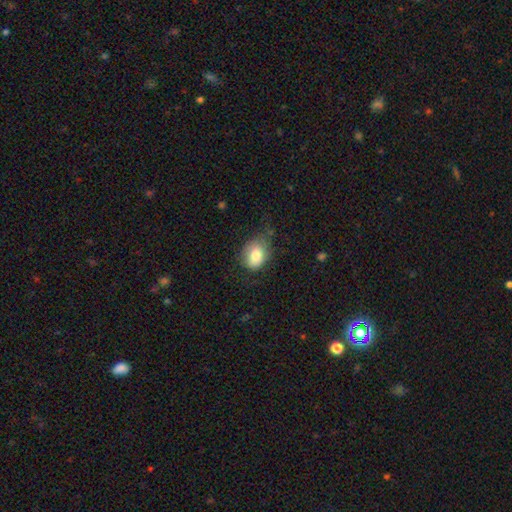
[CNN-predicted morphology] A smooth galaxy with no disk features (81%) that is in between round and cigar-shaped (63%).

Vote fractions:
- Smooth or featured? smooth: 81% / featured or disk: 10% / star or artifact: 8%
- How rounded? in between: 63% / round: 36% / cigar-shaped: 1%
- Merging? none: 58% / minor disturbance: 29% / major disturbance: 10% / merger: 2%